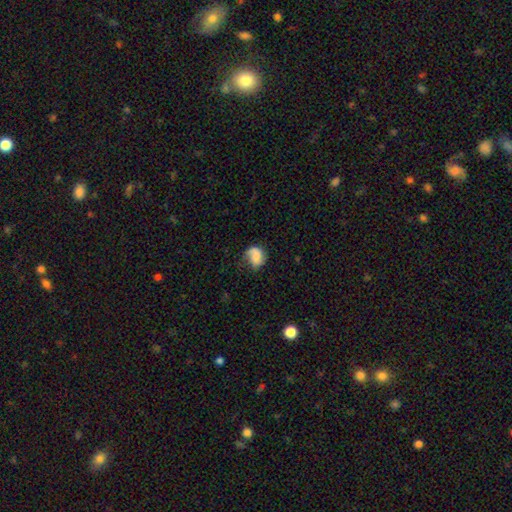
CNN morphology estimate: smooth 61%, featured or disk 29%, star or artifact 9%. Down the decision tree: how rounded — in between (51%); merging — none (43%).